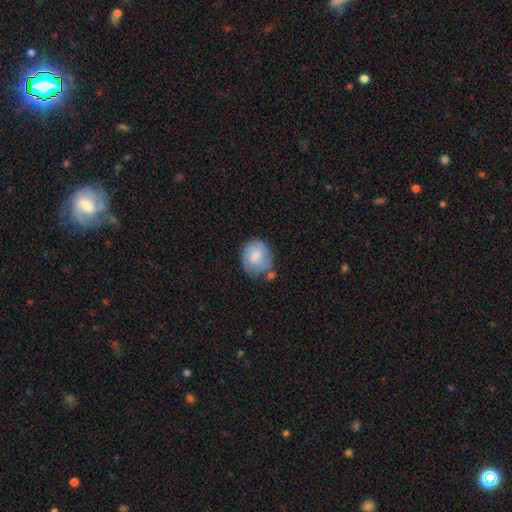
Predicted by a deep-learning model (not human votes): Q: Smooth or featured?
A: smooth (71%); runner-up: featured or disk (22%)
Q: How rounded?
A: round (63%); runner-up: in between (36%)
Q: Merging?
A: none (48%); runner-up: minor disturbance (28%)